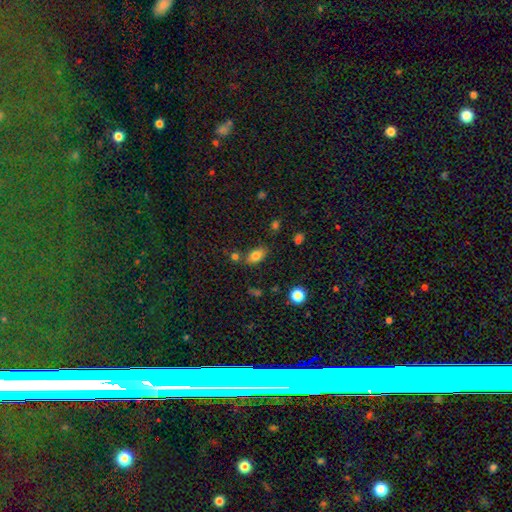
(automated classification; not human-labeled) Smooth or featured: smooth — 80% (star or artifact — 10%)
How rounded: in between — 89% (round — 8%)
Merging: none — 71% (minor disturbance — 14%)